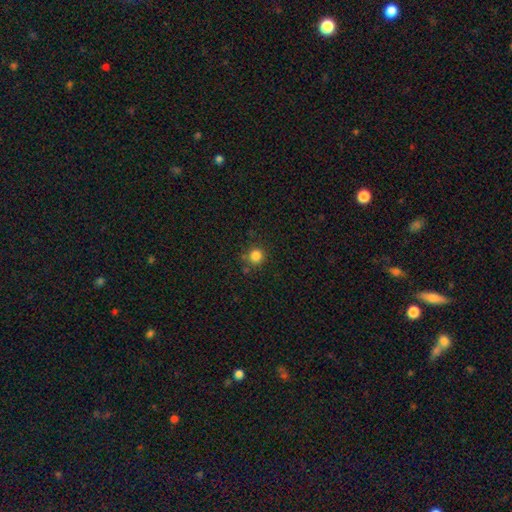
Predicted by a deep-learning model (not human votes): The model was most divided on "merging": none: 79%, minor disturbance: 11%, merger: 6%, major disturbance: 3%. More confident: how rounded — round (92%); smooth or featured — smooth (83%).